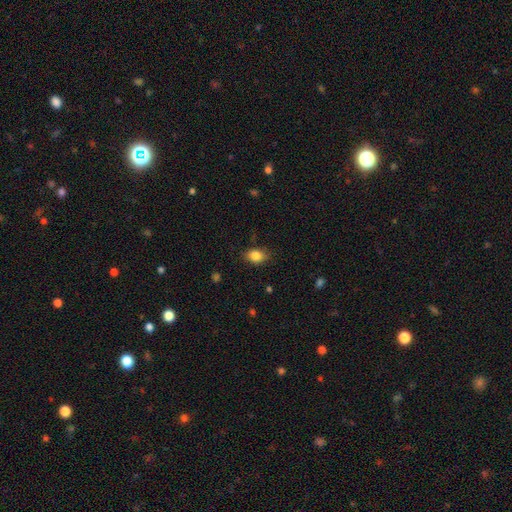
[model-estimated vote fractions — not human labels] smooth_or_featured: smooth (p=0.84) [alt: star or artifact p=0.09]
how_rounded: in between (p=0.69) [alt: round p=0.29]
merging: none (p=0.79) [alt: minor disturbance p=0.16]